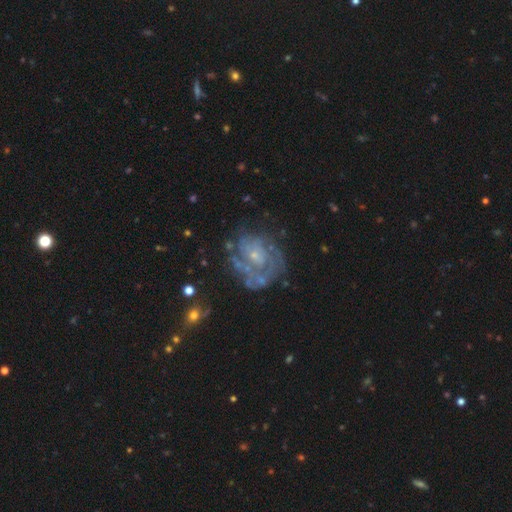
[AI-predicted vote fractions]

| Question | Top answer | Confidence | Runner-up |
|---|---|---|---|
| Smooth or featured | featured or disk | 80% | smooth (12%) |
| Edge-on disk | no | 98% | yes (2%) |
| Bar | no | 73% | weak (23%) |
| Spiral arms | yes | 77% | no (23%) |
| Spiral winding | tight | 61% | medium (28%) |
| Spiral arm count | can't tell | 45% | 2 (20%) |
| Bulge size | small | 70% | moderate (18%) |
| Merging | none | 57% | minor disturbance (20%) |